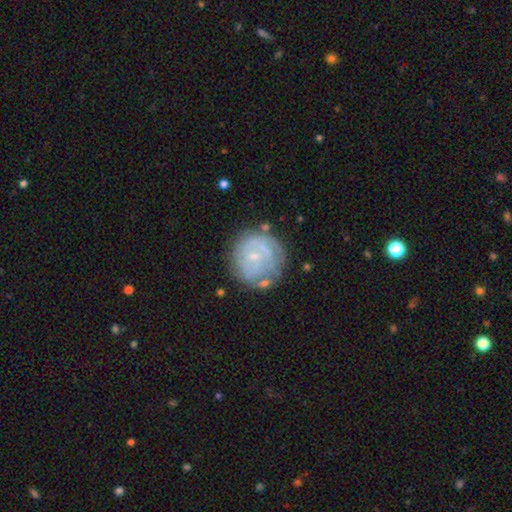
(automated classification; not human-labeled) Overall: featured or disk (64%; smooth 28%). Edge-on disk: no (98%). Bar: no (73%). Spiral arms: yes (70%). Bulge size: small (77%). Merging: none (65%).